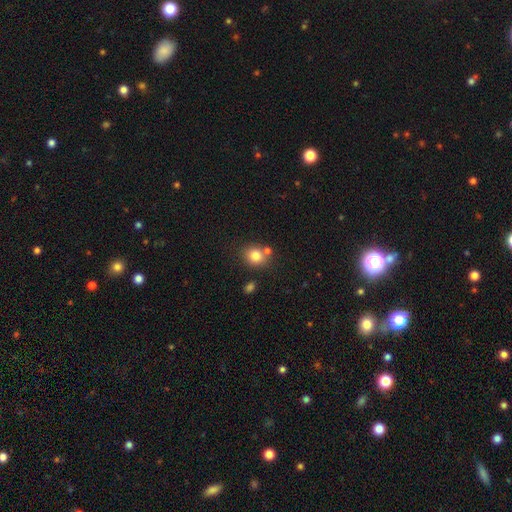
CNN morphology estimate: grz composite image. It shows a smooth galaxy with no disk features (80%) that is round (70%). Merging: none (68%).